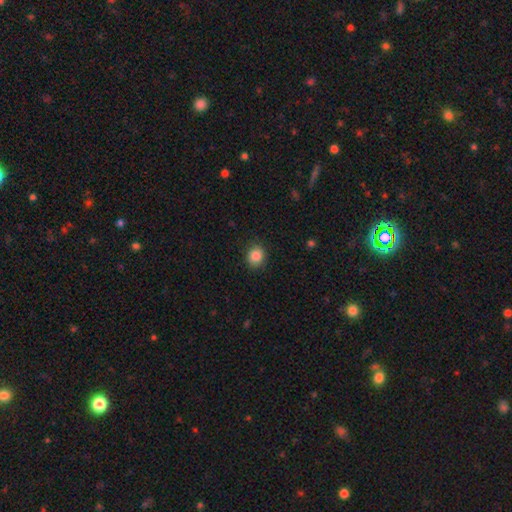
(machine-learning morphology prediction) A smooth galaxy with no disk features (86%) that is round (70%). Merging: none (87%).